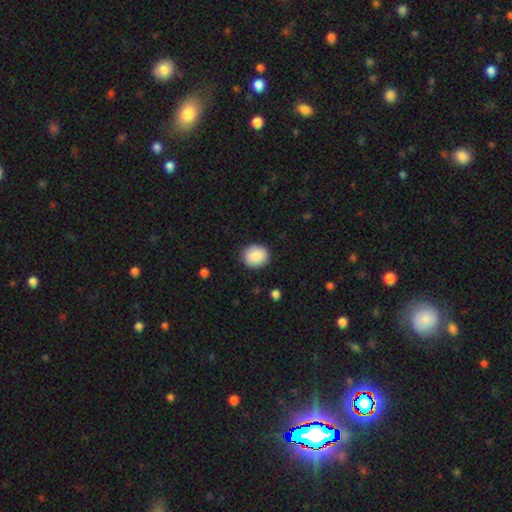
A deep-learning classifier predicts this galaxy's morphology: This appears to be a smooth galaxy with no disk features (89%) that is round (70%). Merging: none (88%).